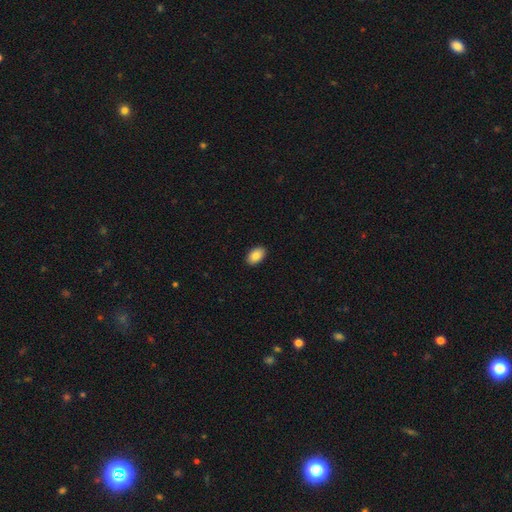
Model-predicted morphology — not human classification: Smooth or featured?
  - smooth: 86% *
  - star or artifact: 7%
  - featured or disk: 6%
How rounded?
  - in between: 90% *
  - round: 9%
  - cigar-shaped: 1%
Merging?
  - none: 91% *
  - minor disturbance: 7%
  - major disturbance: 2%
  - merger: 1%